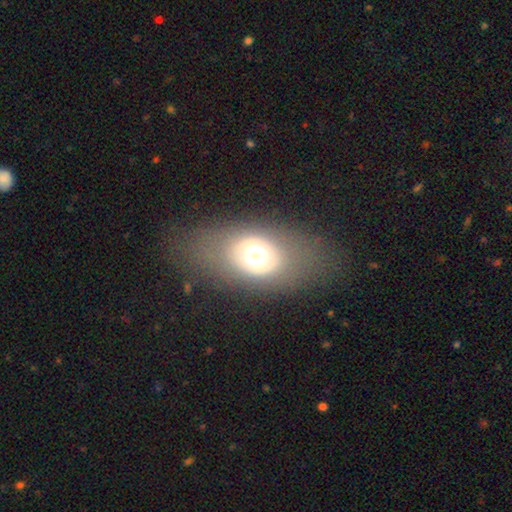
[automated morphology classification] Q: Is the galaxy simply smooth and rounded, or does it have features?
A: smooth — 49%.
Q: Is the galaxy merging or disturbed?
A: none — 75%.